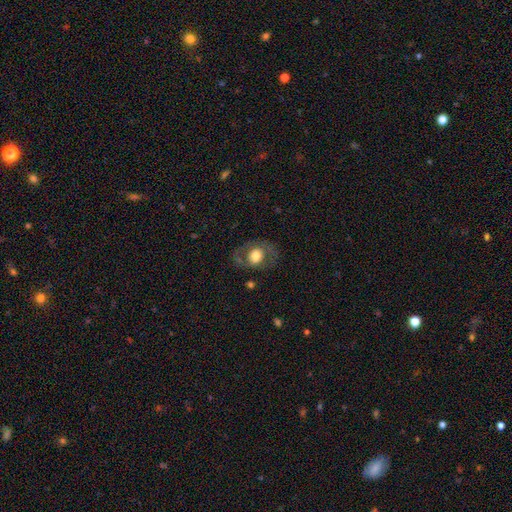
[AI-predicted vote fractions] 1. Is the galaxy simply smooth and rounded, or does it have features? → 52% smooth, 41% featured or disk, 7% star or artifact.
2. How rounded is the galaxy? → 52% in between, 47% round, 1% cigar-shaped.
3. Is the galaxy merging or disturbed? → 67% none, 17% minor disturbance, 15% major disturbance, 2% merger.